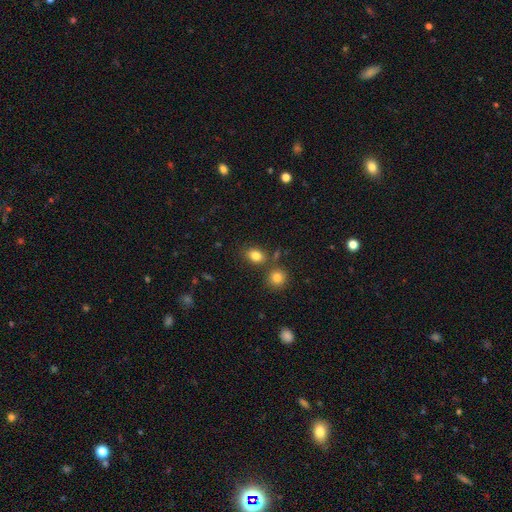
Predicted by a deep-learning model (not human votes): A smooth galaxy with no disk features (83%) that is in between round and cigar-shaped (70%).

Vote fractions:
- Smooth or featured? smooth: 83% / star or artifact: 11% / featured or disk: 7%
- How rounded? in between: 70% / round: 29% / cigar-shaped: 1%
- Merging? none: 70% / merger: 14% / minor disturbance: 12% / major disturbance: 4%